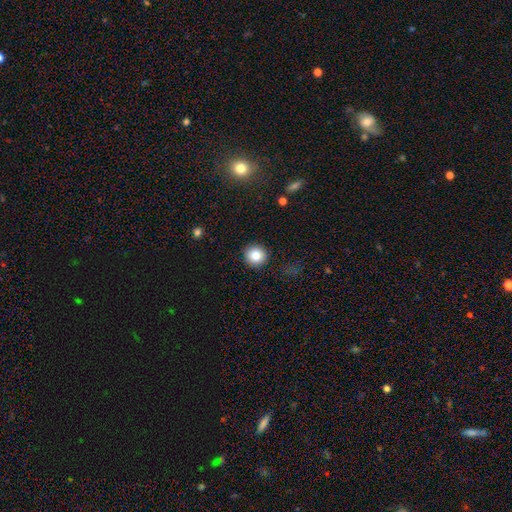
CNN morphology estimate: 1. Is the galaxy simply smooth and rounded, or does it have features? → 83% smooth, 10% star or artifact, 7% featured or disk.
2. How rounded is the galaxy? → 93% round, 6% in between, 1% cigar-shaped.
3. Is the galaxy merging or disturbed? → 92% none, 6% minor disturbance, 2% major disturbance, 1% merger.